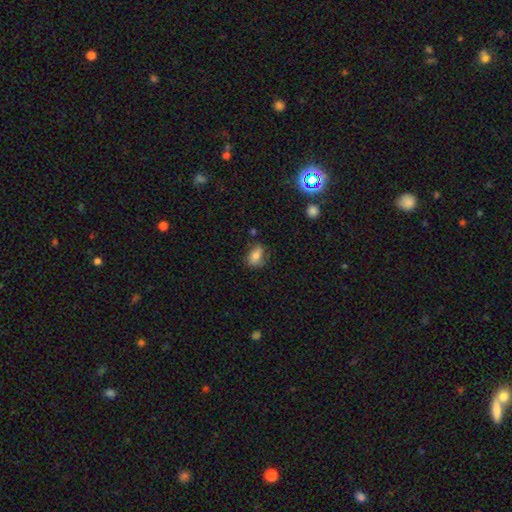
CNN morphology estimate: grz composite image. It shows a smooth galaxy with no disk features (70%) that is in between round and cigar-shaped (81%). Merging: none (56%).